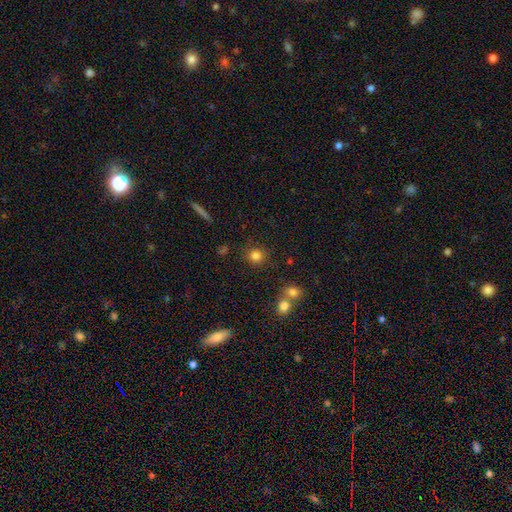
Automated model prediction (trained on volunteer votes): This appears to be a smooth galaxy with no disk features (82%) that is round (89%). Merging: none (83%).